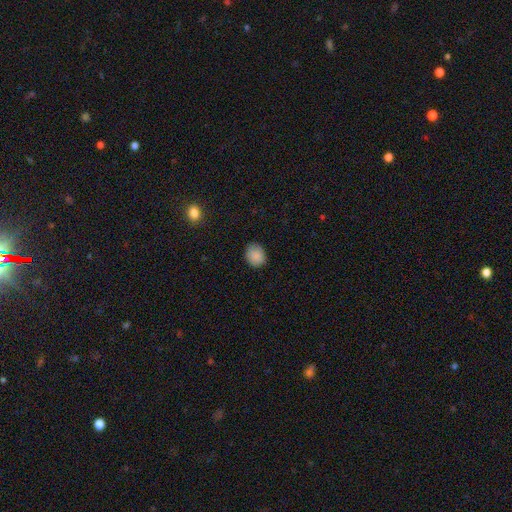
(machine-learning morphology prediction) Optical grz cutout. It shows a smooth galaxy with no disk features (88%) that is round (54%). Merging: none (85%).